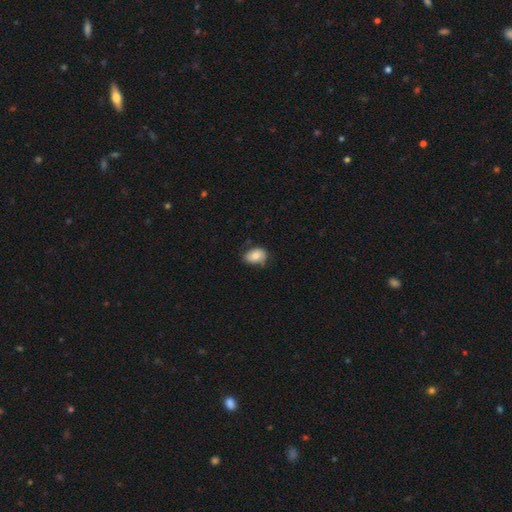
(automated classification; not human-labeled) smooth-or-featured: smooth: 74% | featured or disk: 18% | star or artifact: 8%
  how-rounded: in between: 75% | round: 24% | cigar-shaped: 1%
  merging: none: 62% | minor disturbance: 30% | major disturbance: 6% | merger: 2%